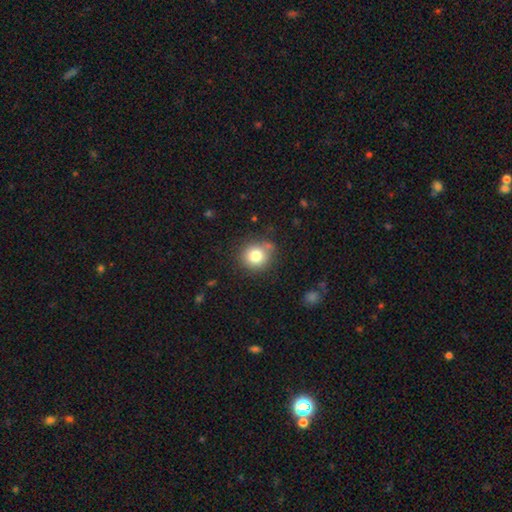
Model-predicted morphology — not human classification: A smooth galaxy with no disk features (80%) that is round (88%).

Vote fractions:
- Smooth or featured? smooth: 80% / star or artifact: 11% / featured or disk: 9%
- How rounded? round: 88% / in between: 11% / cigar-shaped: 1%
- Merging? none: 79% / minor disturbance: 13% / merger: 5% / major disturbance: 4%